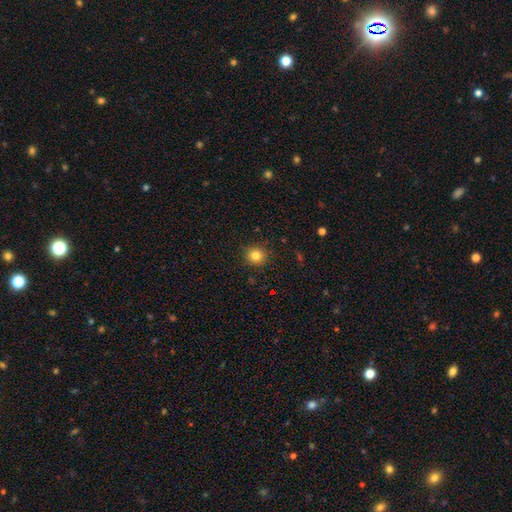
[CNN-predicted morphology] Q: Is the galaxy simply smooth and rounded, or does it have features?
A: smooth — 82%.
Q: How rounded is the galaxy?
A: round — 90%.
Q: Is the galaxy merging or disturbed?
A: none — 89%.